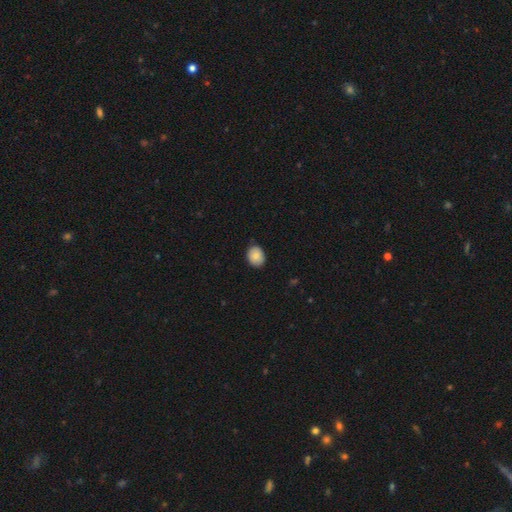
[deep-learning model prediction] smooth-or-featured: smooth: 84% | featured or disk: 8% | star or artifact: 8%
  how-rounded: round: 52% | in between: 47% | cigar-shaped: 1%
  merging: none: 83% | minor disturbance: 14% | major disturbance: 2% | merger: 1%